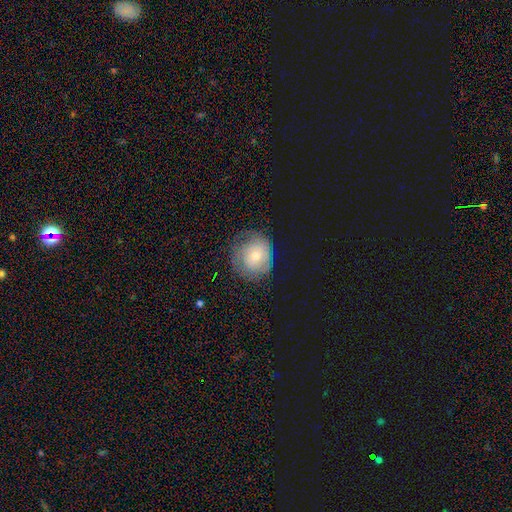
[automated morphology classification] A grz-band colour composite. It shows a smooth galaxy with no disk features (51%) that is round (82%). Merging: none (64%).